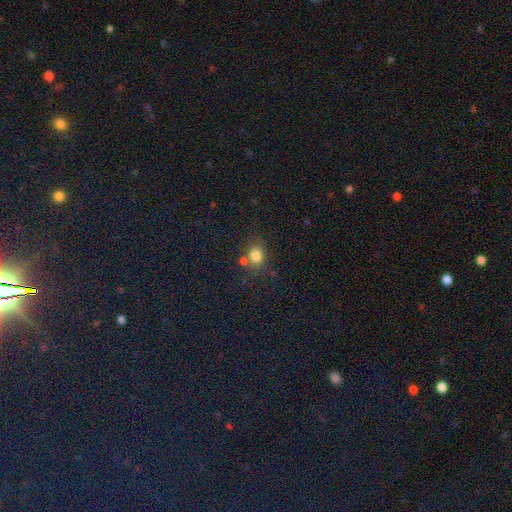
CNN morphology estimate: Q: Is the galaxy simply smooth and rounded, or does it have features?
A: smooth — 80%.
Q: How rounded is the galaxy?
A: round — 67%.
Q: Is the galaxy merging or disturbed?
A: none — 64%.